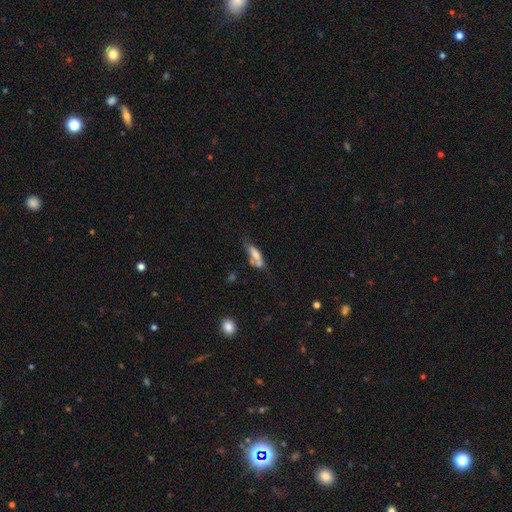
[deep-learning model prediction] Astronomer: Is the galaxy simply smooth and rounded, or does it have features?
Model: smooth — 66%.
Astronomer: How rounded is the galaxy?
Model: in between — 51% (runner-up: cigar-shaped, 47%).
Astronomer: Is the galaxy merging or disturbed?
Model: none — 40% (runner-up: minor disturbance, 25%).